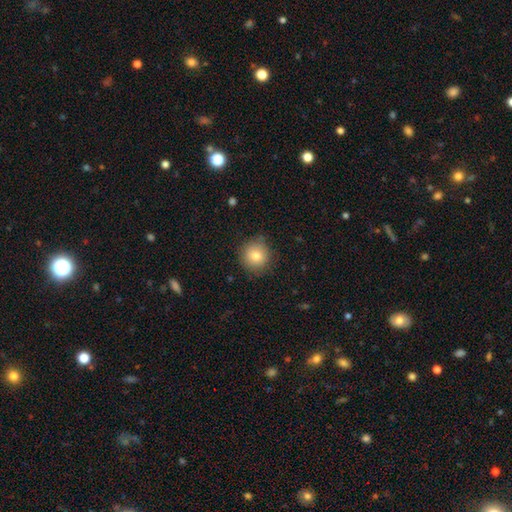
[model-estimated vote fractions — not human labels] This is clearly a smooth galaxy (81%). How rounded: clearly round (92%). Merging: clearly none (84%).